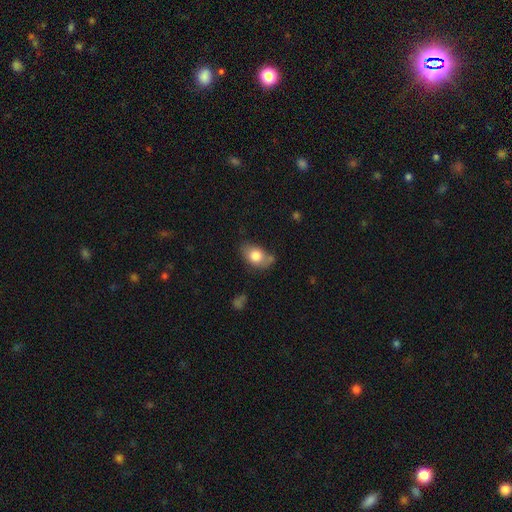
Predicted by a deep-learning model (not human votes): Smooth or featured? smooth (78%)
How rounded? in between (80%)
Merging? none (53%)